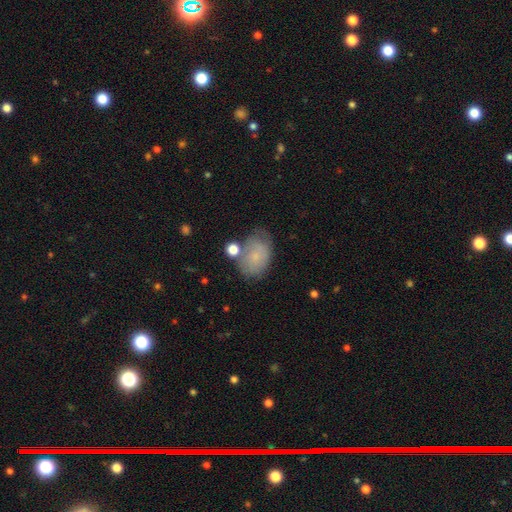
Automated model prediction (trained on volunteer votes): Smooth or featured? smooth (68%)
How rounded? in between (79%)
Merging? none (51%)